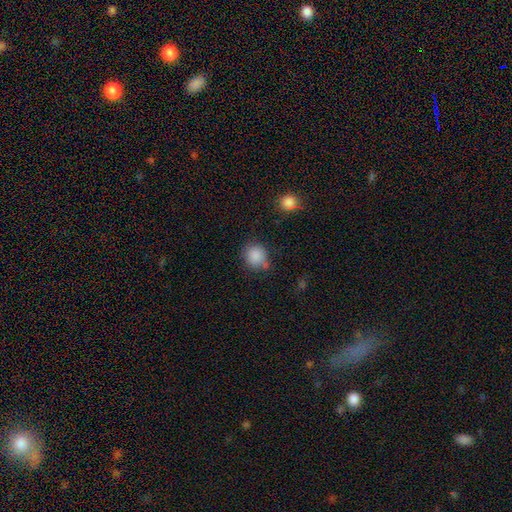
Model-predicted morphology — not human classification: Smooth or featured: smooth — 86% (star or artifact — 9%)
How rounded: round — 79% (in between — 20%)
Merging: none — 63% (minor disturbance — 24%)